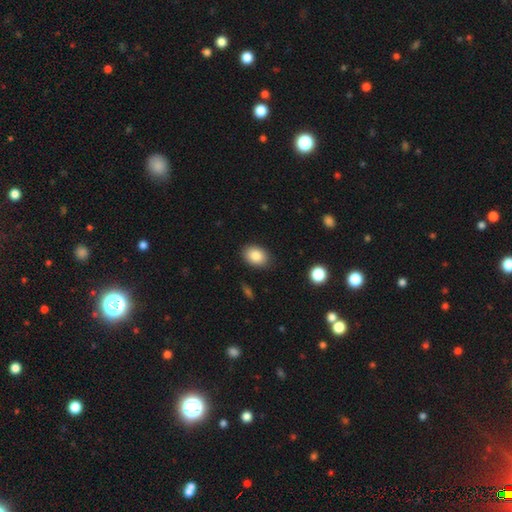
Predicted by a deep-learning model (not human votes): Smooth or featured?
  - smooth: 85% *
  - star or artifact: 8%
  - featured or disk: 6%
How rounded?
  - in between: 74% *
  - round: 25%
  - cigar-shaped: 1%
Merging?
  - none: 87% *
  - minor disturbance: 10%
  - major disturbance: 2%
  - merger: 1%